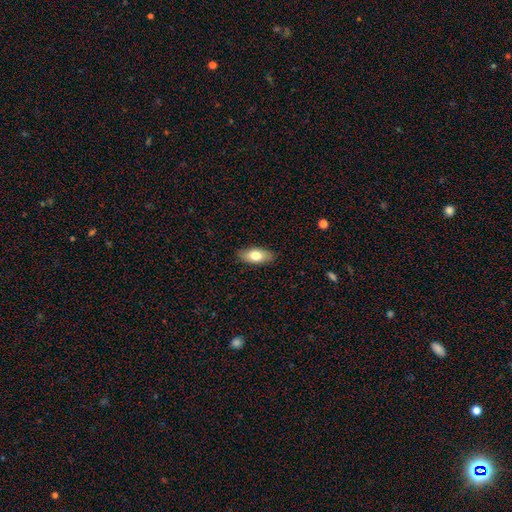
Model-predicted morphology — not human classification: smooth_or_featured: smooth (p=0.76) [alt: featured or disk p=0.18]
how_rounded: in between (p=0.87) [alt: cigar-shaped p=0.09]
merging: none (p=0.88) [alt: minor disturbance p=0.09]